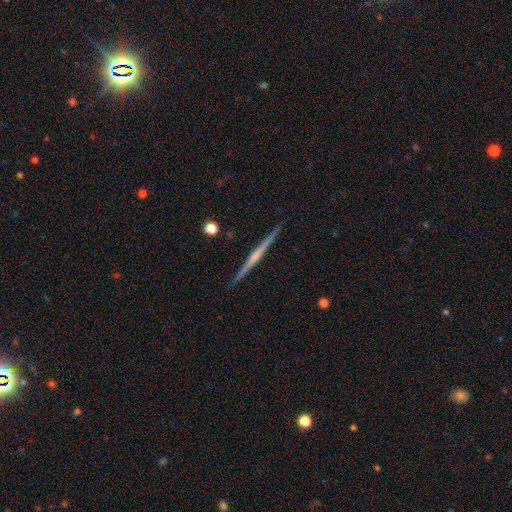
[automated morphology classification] featured or disk 77%, smooth 18%, star or artifact 5%. Down the decision tree: edge-on disk — yes (99%); edge-on bulge — rounded (48%); merging — none (93%).